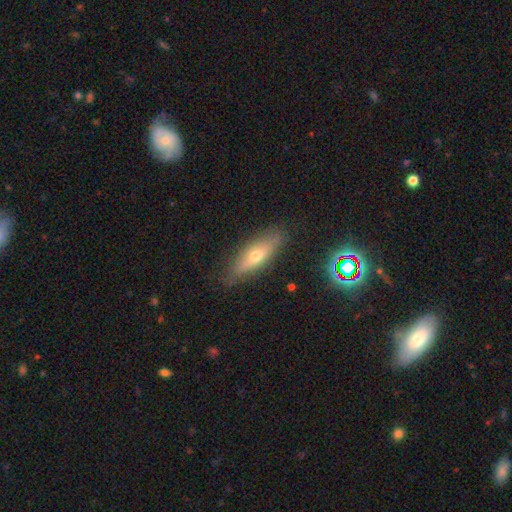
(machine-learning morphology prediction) Overall: smooth (47%; featured or disk 44%). Merging: none (83%).